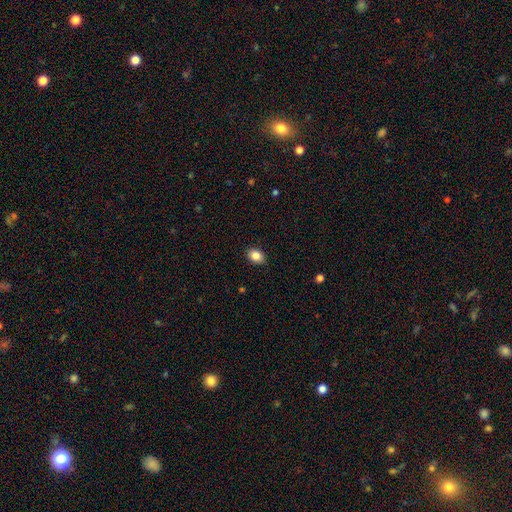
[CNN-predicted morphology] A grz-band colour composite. It shows a smooth galaxy with no disk features (86%) that is in between round and cigar-shaped (72%). Merging: none (89%).